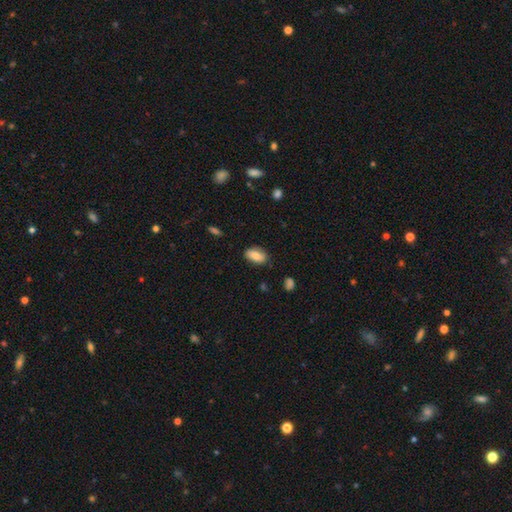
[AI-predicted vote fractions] The model was most divided on "merging": none: 81%, minor disturbance: 14%, major disturbance: 3%, merger: 2%. More confident: how rounded — in between (92%); smooth or featured — smooth (85%).